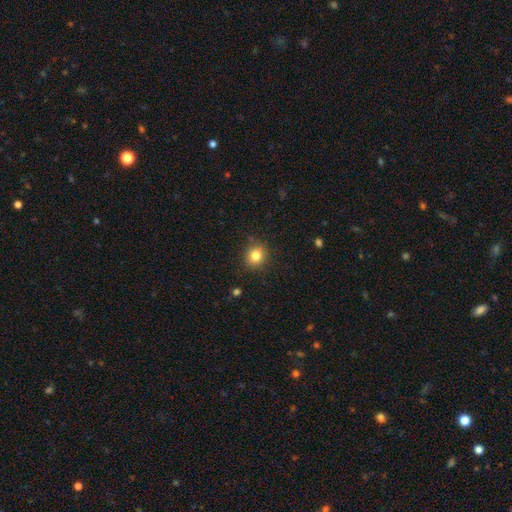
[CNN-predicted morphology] A smooth galaxy with no disk features (81%) that is round (83%). Merging: none (86%).